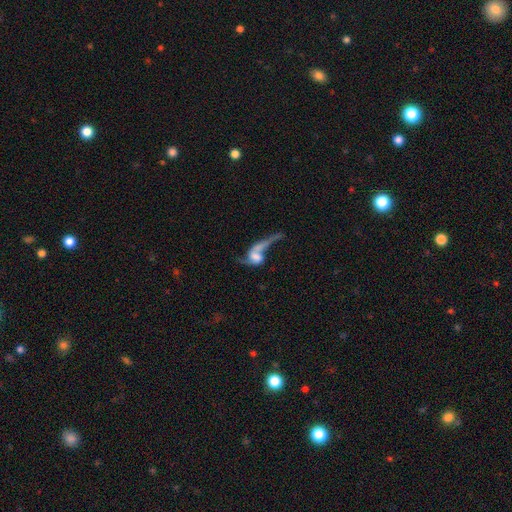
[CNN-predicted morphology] This is likely a featured or disk galaxy (64%). It is clearly not viewed edge-on (90%). Bar: likely no (63%). Spiral arm pattern: likely yes (70%). Central bulge: marginally none (38%). Merging: marginally merger (39%).